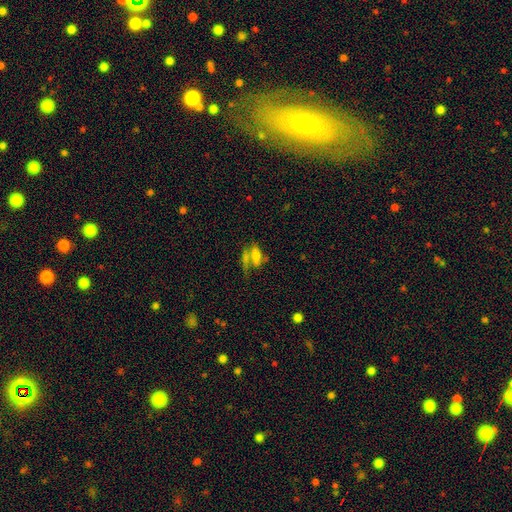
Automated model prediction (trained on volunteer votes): smooth_or_featured: smooth (p=0.57) [alt: featured or disk p=0.28]
how_rounded: in between (p=0.64) [alt: cigar-shaped p=0.29]
merging: merger (p=0.36) [alt: none p=0.35]